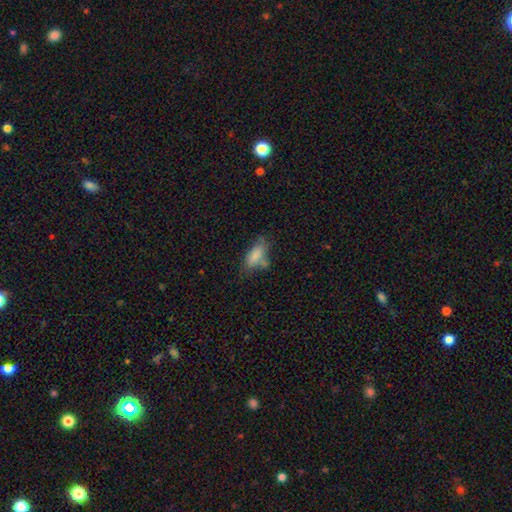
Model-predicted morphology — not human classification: smooth-or-featured: smooth: 78% | featured or disk: 13% | star or artifact: 9%
  how-rounded: in between: 83% | cigar-shaped: 14% | round: 3%
  merging: none: 43% | minor disturbance: 27% | merger: 16% | major disturbance: 14%